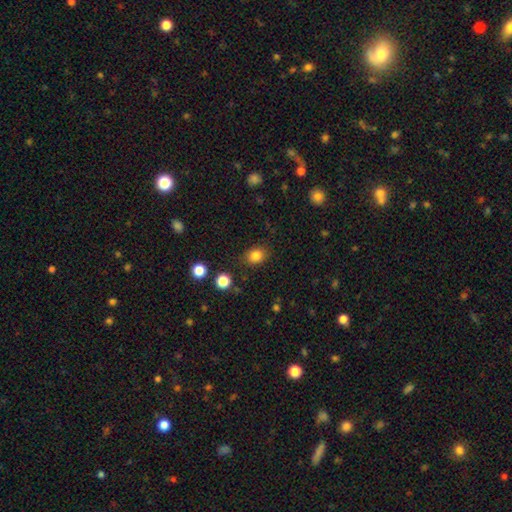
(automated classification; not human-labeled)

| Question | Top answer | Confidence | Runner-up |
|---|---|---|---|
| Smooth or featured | smooth | 83% | star or artifact (11%) |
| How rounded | round | 54% | in between (45%) |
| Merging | none | 84% | minor disturbance (11%) |